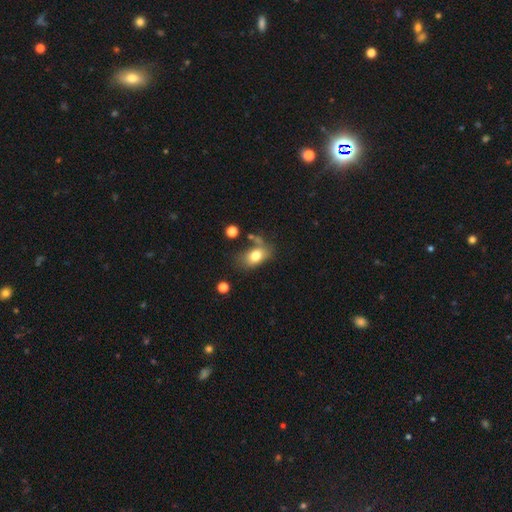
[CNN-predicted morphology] This appears to be a smooth galaxy with no disk features (77%) that is in between round and cigar-shaped (82%). Merging: none (50%).